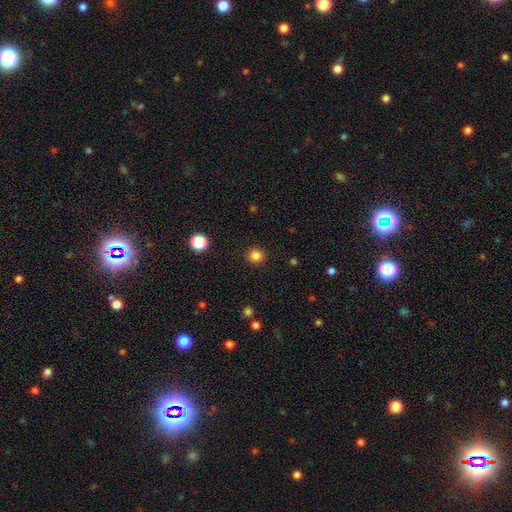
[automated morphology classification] type=smooth (84%); roundness=round (92%); merging=none (92%).